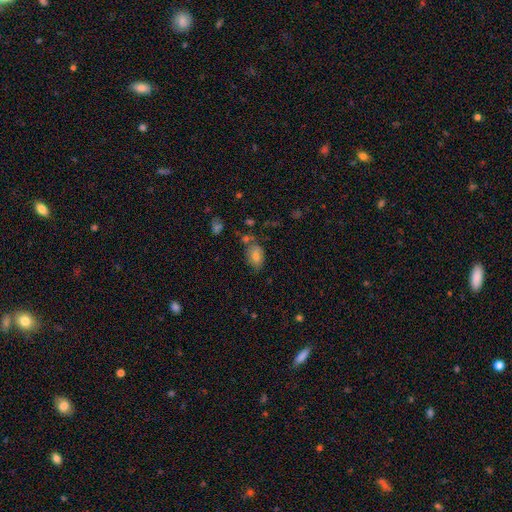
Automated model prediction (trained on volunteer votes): Morphology: type=smooth (67%); roundness=in between (84%); merging=none (63%).